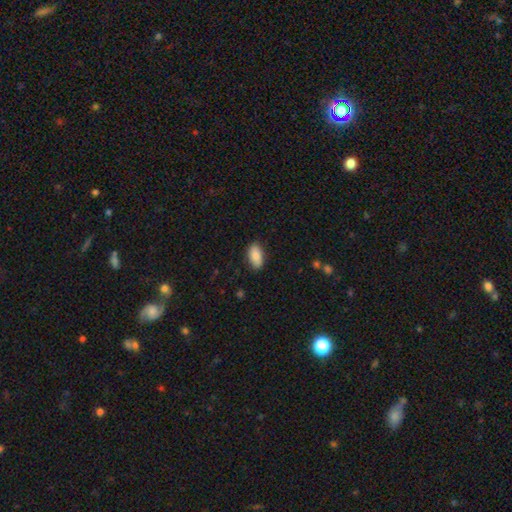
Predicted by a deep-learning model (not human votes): smooth_or_featured: smooth (p=0.85) [alt: featured or disk p=0.08]
how_rounded: in between (p=0.93) [alt: cigar-shaped p=0.04]
merging: none (p=0.86) [alt: minor disturbance p=0.10]